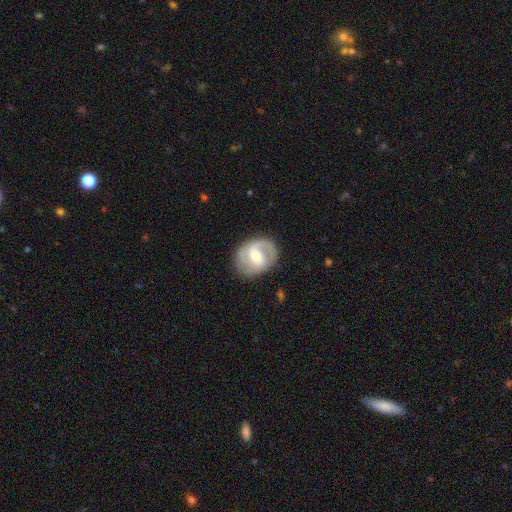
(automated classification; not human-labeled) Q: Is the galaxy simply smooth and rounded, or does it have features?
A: featured or disk — 73%.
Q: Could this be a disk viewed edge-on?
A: no — 97%.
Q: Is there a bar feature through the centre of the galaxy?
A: weak — 53%.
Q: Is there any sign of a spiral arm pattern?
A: yes — 84%.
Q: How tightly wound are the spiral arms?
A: medium — 47%.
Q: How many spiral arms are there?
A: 2 — 73%.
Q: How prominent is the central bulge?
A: moderate — 62%.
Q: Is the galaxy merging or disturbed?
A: none — 79%.